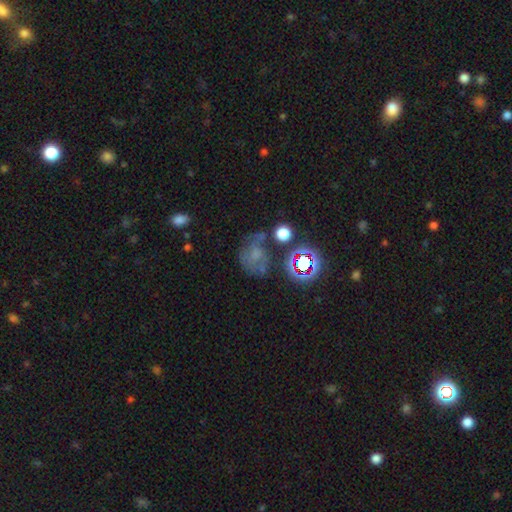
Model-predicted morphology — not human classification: This is marginally a smooth galaxy (37%). Merging: marginally none (41%).